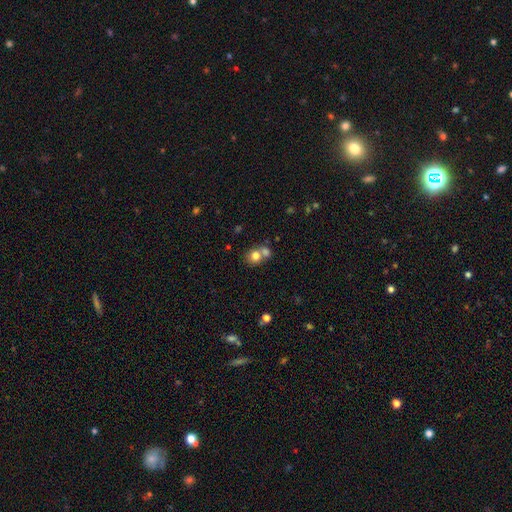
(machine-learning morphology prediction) Smooth or featured: smooth — 77% (featured or disk — 12%)
How rounded: round — 72% (in between — 27%)
Merging: merger — 48% (none — 40%)